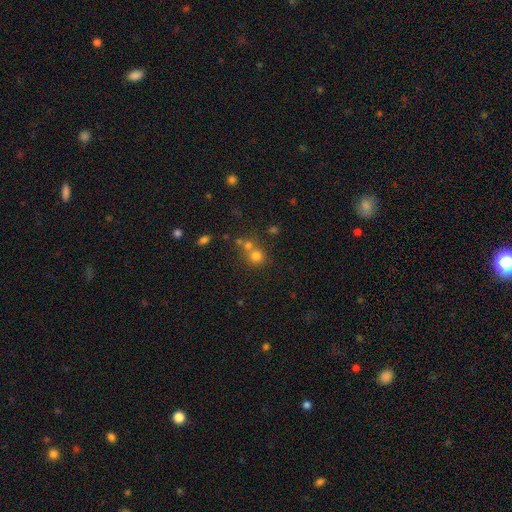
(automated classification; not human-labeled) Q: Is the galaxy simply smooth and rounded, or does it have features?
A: smooth — 73%.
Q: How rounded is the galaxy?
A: round — 86%.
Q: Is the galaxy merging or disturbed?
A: none — 51%.